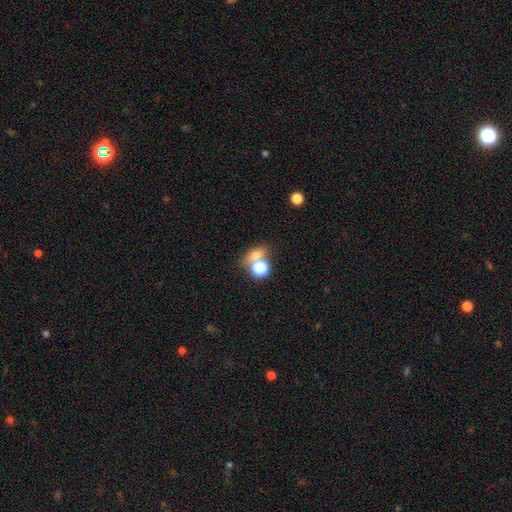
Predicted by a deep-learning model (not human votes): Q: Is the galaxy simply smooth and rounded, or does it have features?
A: smooth — 67%.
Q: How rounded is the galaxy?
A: in between — 50%.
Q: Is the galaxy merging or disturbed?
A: none — 49%.